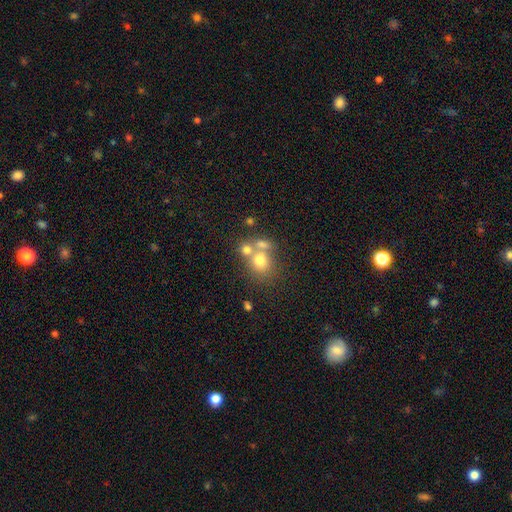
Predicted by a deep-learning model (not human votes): Morphology: type=smooth (61%); roundness=round (78%); merging=none (44%, tied with merger).